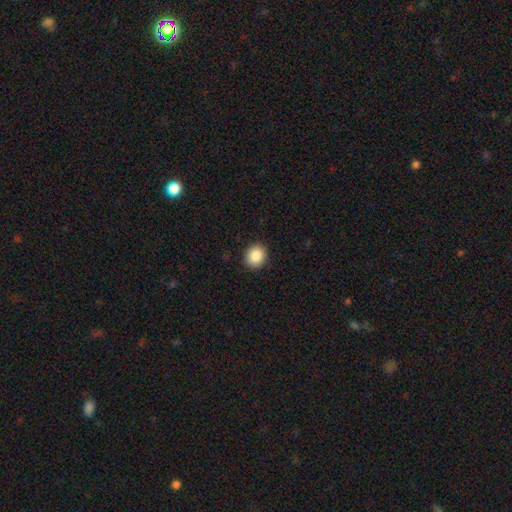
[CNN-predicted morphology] smooth-or-featured: smooth: 88% | star or artifact: 8% | featured or disk: 4%
  how-rounded: round: 77% | in between: 22% | cigar-shaped: 1%
  merging: none: 90% | minor disturbance: 7% | major disturbance: 2% | merger: 1%